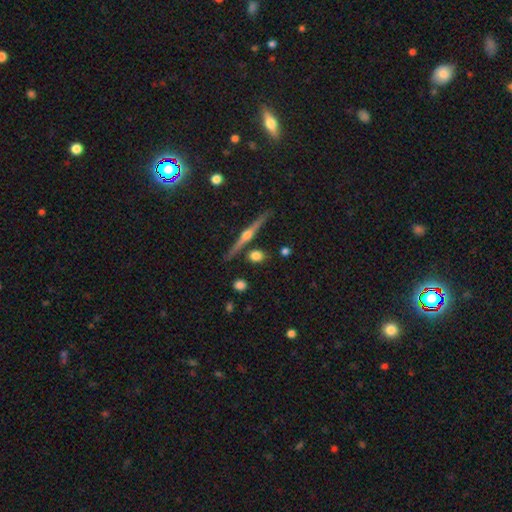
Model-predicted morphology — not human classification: Smooth or featured? smooth (57%)
How rounded? round (61%)
Merging? none (79%)